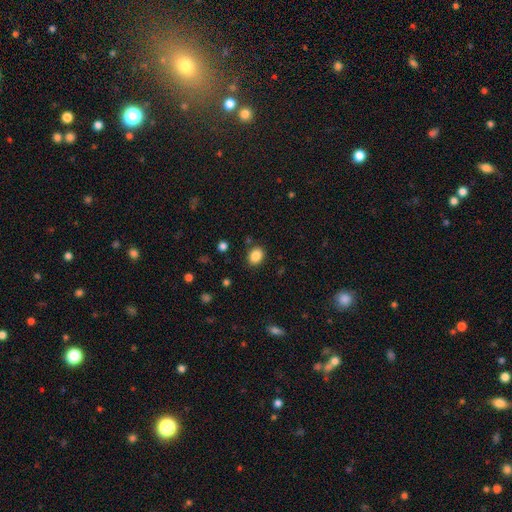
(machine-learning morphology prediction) This is clearly a smooth galaxy (86%). How rounded: possibly in between (55%). Merging: clearly none (85%).